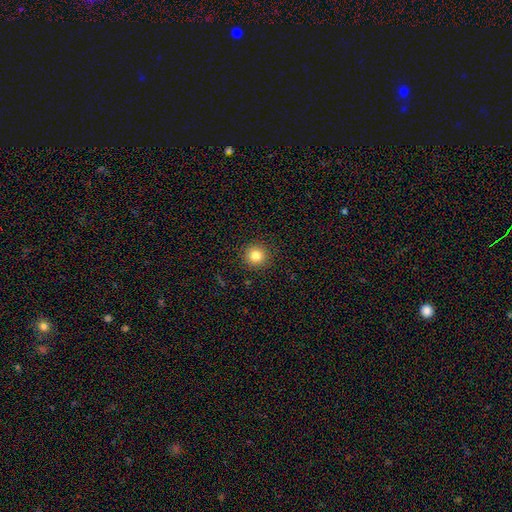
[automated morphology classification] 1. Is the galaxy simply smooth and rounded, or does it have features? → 83% smooth, 12% star or artifact, 6% featured or disk.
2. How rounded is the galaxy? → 94% round, 5% in between, 1% cigar-shaped.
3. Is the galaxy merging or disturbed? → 91% none, 6% minor disturbance, 2% major disturbance, 1% merger.